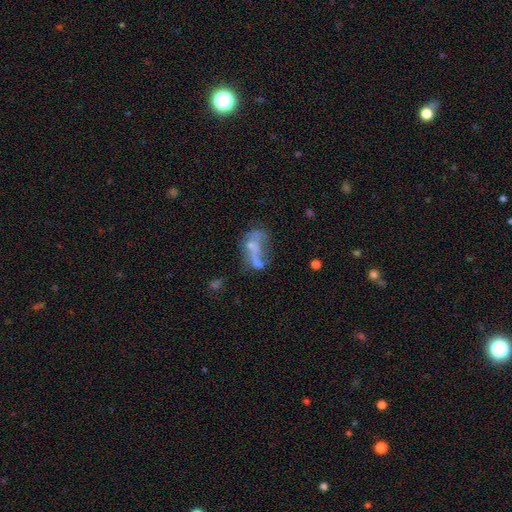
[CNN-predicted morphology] Smooth or featured? Predicted: featured or disk (p=0.51). Edge-on disk? Predicted: no (p=0.94). Merging? Predicted: major disturbance (p=0.31).